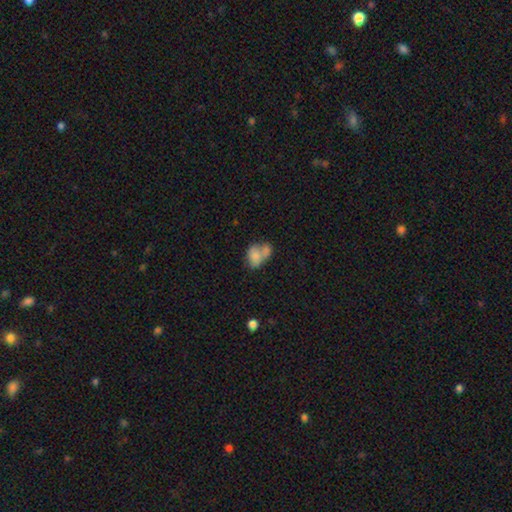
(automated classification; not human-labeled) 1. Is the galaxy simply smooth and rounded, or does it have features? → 70% smooth, 22% featured or disk, 9% star or artifact.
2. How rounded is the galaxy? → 71% in between, 28% round, 1% cigar-shaped.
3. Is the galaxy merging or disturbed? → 60% merger, 20% none, 12% minor disturbance, 8% major disturbance.